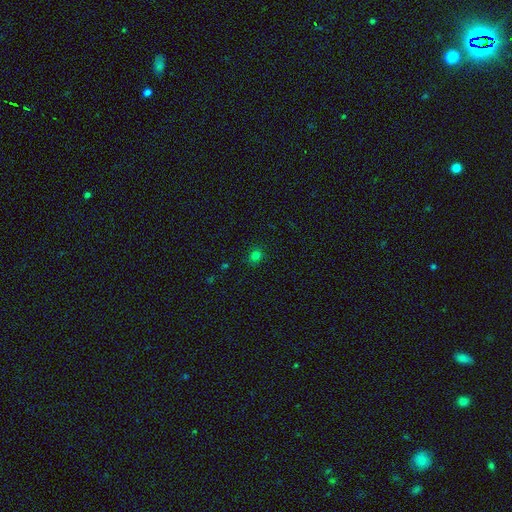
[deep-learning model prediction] smooth-or-featured: smooth: 75% | star or artifact: 20% | featured or disk: 5%
  how-rounded: round: 76% | in between: 23% | cigar-shaped: 1%
  merging: none: 86% | minor disturbance: 10% | major disturbance: 3% | merger: 2%